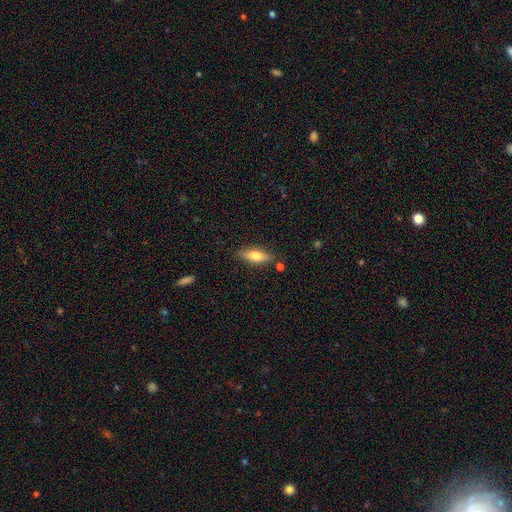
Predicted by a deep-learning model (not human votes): Smooth or featured? smooth (65%)
How rounded? in between (55%)
Merging? none (81%)